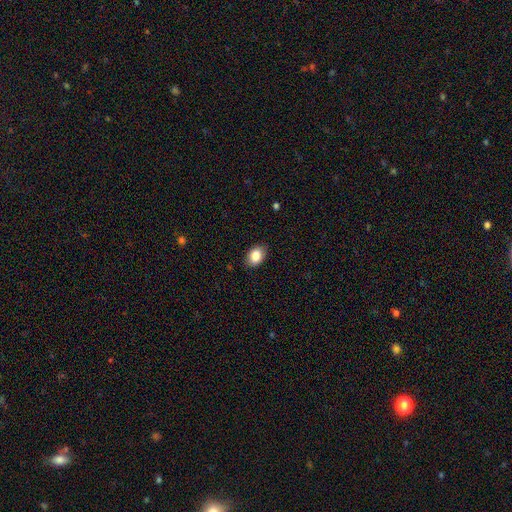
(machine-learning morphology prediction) This is clearly a smooth galaxy (85%). How rounded: likely in between (79%). Merging: clearly none (85%).